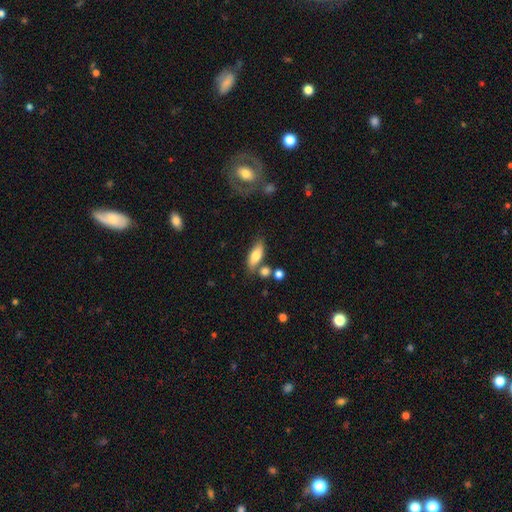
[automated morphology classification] smooth 71%, featured or disk 22%, star or artifact 7%. Down the decision tree: how rounded — in between (69%); merging — none (68%).